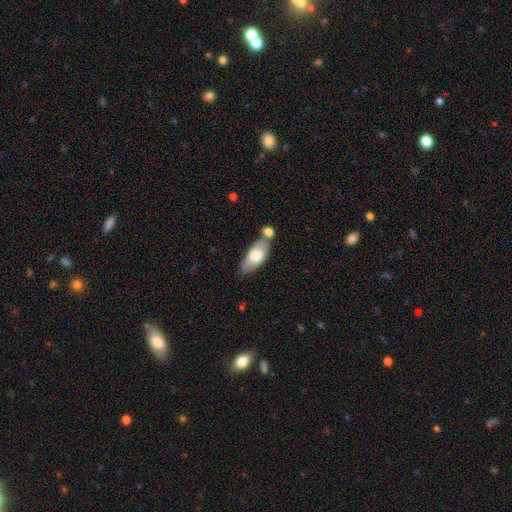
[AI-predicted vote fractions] A smooth galaxy with no disk features (66%) that is in between round and cigar-shaped (84%). Merging: none (57%).